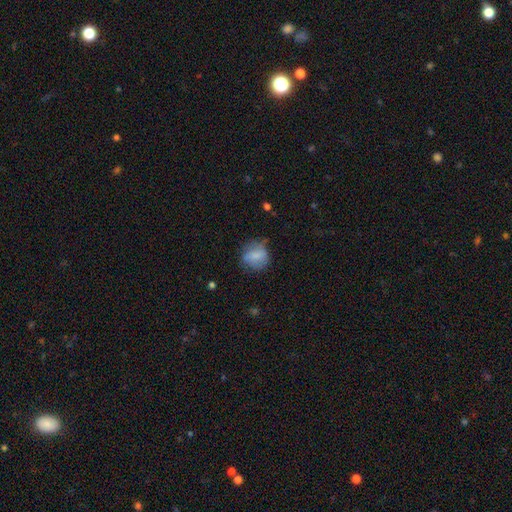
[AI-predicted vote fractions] This appears to be a smooth galaxy with no disk features (73%) that is round (68%). Merging: none (57%).